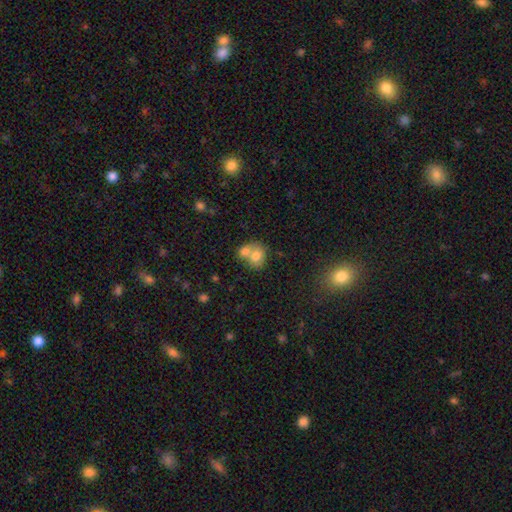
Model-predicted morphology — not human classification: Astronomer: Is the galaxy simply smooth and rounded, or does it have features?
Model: smooth — 73%.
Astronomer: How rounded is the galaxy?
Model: round — 58% (runner-up: in between, 41%).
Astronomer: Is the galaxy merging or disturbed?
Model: merger — 64%.